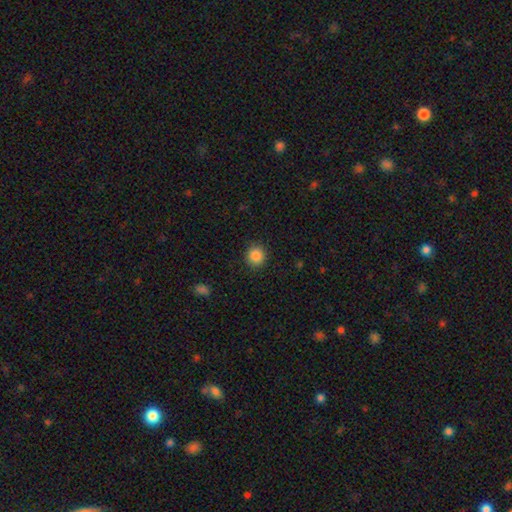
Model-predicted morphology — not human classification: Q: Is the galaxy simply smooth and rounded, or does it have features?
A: smooth — 87%.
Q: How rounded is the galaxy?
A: round — 90%.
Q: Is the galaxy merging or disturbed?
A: none — 90%.